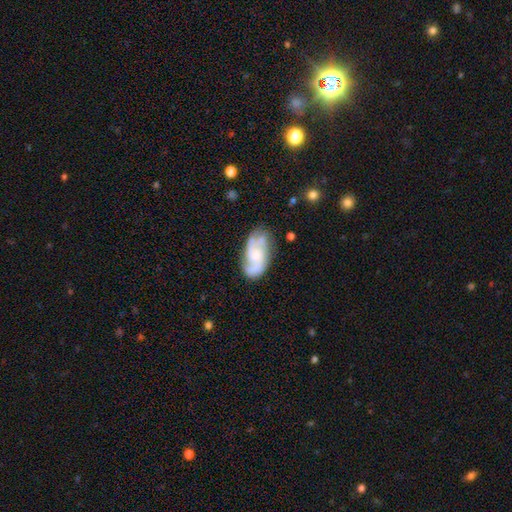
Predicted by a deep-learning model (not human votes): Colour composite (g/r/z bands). It shows a featured or disk galaxy (77%) with no bar (66%), 2 (41%) medium (48%) spiral arms (93%) and a small central bulge (47%). Merging: none (66%).